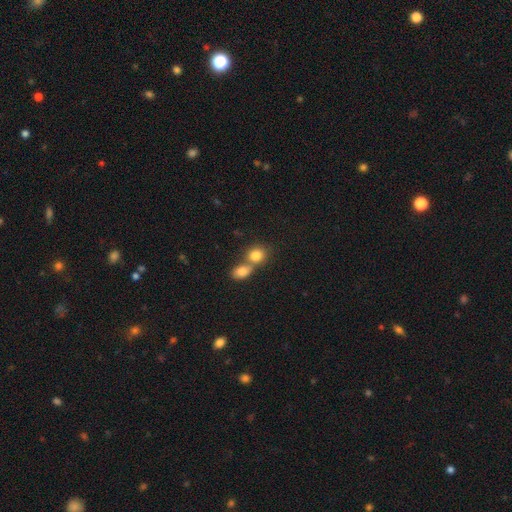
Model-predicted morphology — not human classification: smooth_or_featured: smooth (p=0.82) [alt: star or artifact p=0.09]
how_rounded: round (p=0.66) [alt: in between p=0.32]
merging: merger (p=0.57) [alt: none p=0.34]